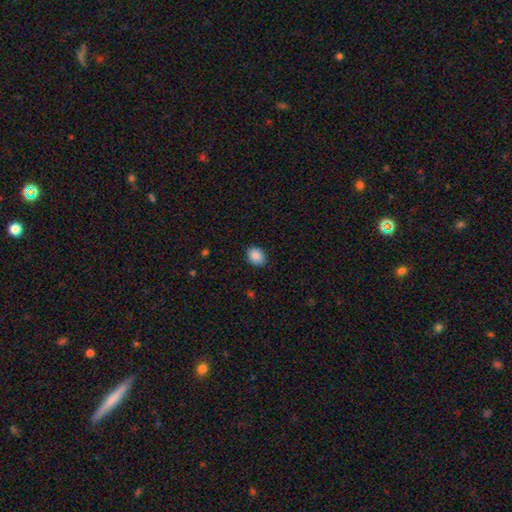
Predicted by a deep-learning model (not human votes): Overall: smooth (88%). How rounded: round (51%; in between 48%). Merging: none (87%).